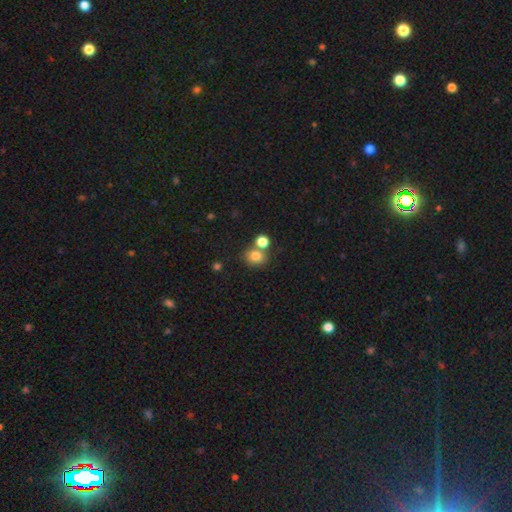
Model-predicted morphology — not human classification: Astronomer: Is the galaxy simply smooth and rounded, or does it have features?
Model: smooth — 80%.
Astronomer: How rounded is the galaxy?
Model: round — 70%.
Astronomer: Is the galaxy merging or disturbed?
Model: none — 59%.